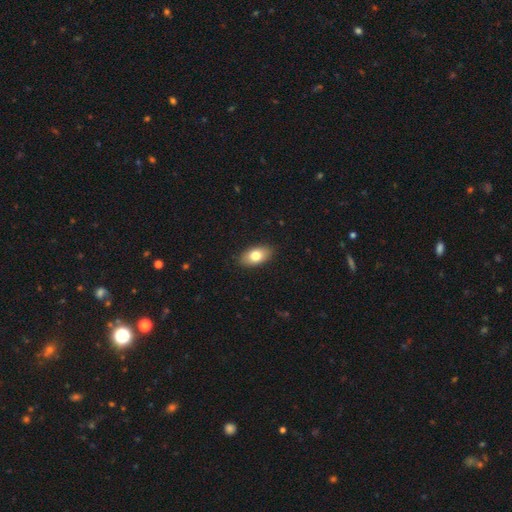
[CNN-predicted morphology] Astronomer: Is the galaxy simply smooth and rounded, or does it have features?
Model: smooth — 78%.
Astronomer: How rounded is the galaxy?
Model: in between — 92%.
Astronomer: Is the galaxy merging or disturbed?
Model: none — 89%.